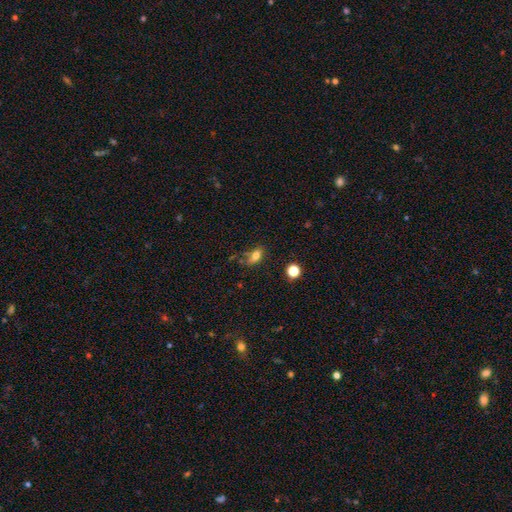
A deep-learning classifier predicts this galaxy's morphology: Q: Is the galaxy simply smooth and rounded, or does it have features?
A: smooth — 74%.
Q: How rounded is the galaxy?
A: in between — 79%.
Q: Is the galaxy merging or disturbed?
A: none — 55%.